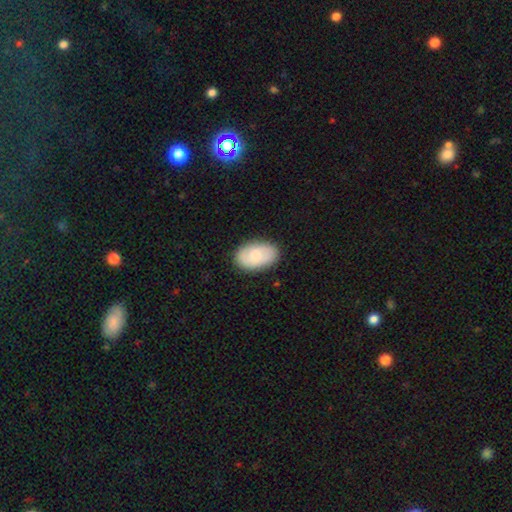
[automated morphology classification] Smooth or featured: smooth — 67% (featured or disk — 27%)
How rounded: in between — 91% (round — 7%)
Merging: none — 85% (minor disturbance — 11%)